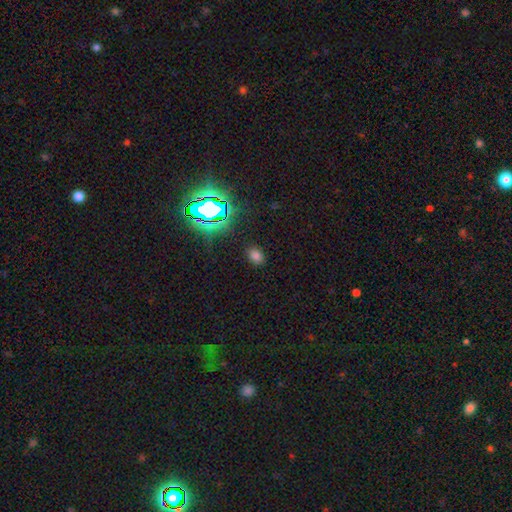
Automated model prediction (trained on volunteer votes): The model was most divided on "how rounded": in between: 64%, round: 34%, cigar-shaped: 1%. More confident: merging — none (86%); smooth or featured — smooth (70%).